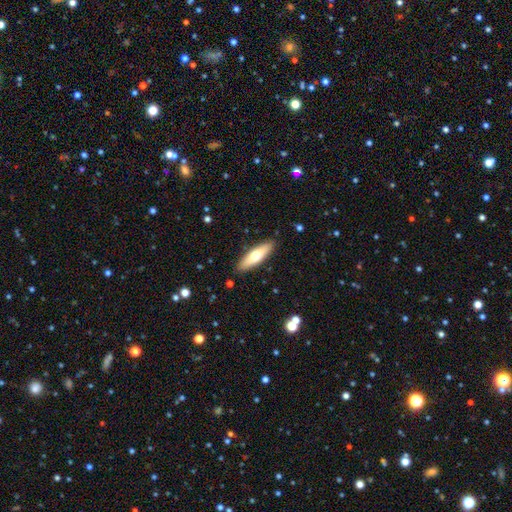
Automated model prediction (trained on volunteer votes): The model was most divided on "how rounded": cigar-shaped: 52%, in between: 46%, round: 2%. More confident: merging — none (89%); smooth or featured — smooth (62%).